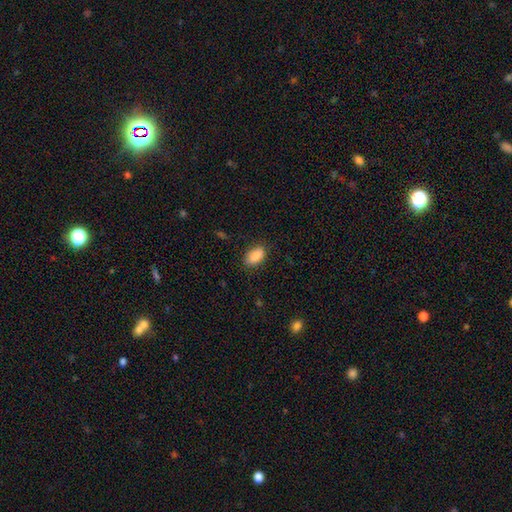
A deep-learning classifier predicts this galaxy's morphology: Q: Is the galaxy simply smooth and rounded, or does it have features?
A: smooth — 89%.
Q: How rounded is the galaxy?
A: in between — 91%.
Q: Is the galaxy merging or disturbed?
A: none — 82%.